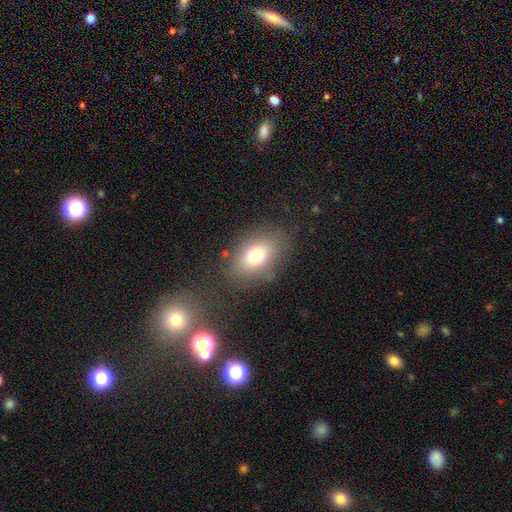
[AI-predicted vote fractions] This appears to be a smooth galaxy with no disk features (75%) that is in between round and cigar-shaped (78%). Merging: none (76%).